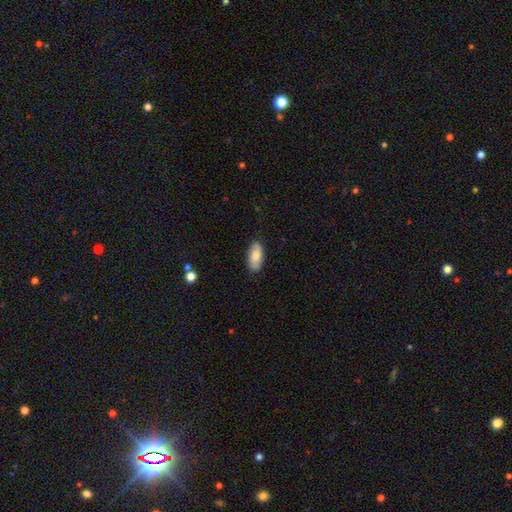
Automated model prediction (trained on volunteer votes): Smooth or featured? Predicted: smooth (p=0.69). How rounded? Predicted: in between (p=0.91). Merging? Predicted: none (p=0.82).